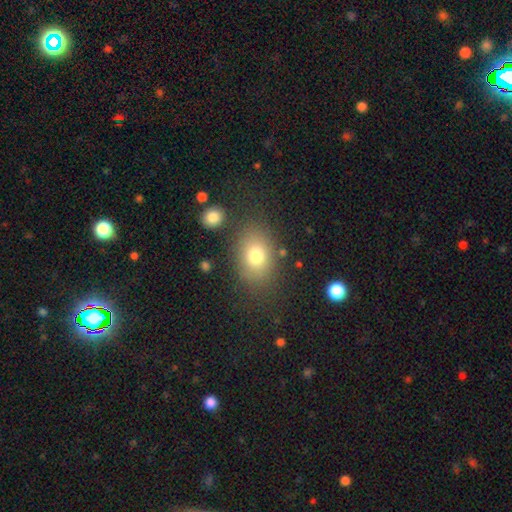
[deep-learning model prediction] Q: Smooth or featured?
A: smooth (76%); runner-up: featured or disk (12%)
Q: How rounded?
A: in between (70%); runner-up: round (28%)
Q: Merging?
A: none (77%); runner-up: minor disturbance (12%)